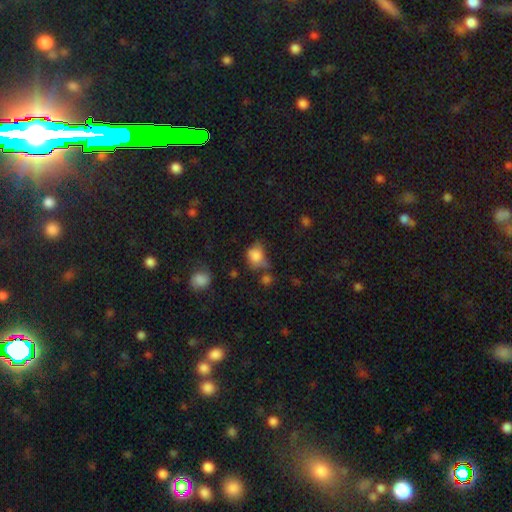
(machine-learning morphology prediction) Smooth or featured: smooth — 78% (featured or disk — 11%)
How rounded: in between — 53% (round — 46%)
Merging: none — 35% (minor disturbance — 32%)